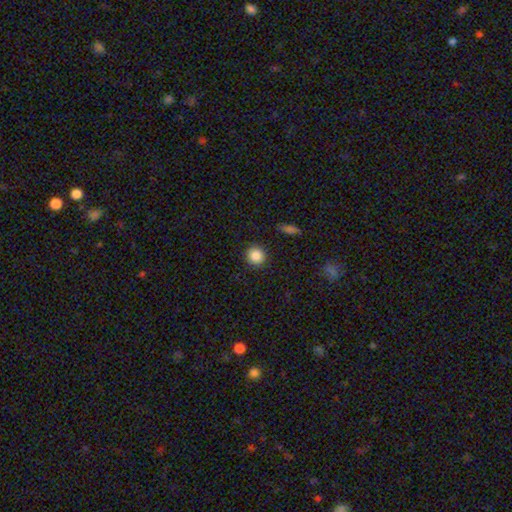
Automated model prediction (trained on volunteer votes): Morphology: type=smooth (87%); roundness=round (92%); merging=none (91%).